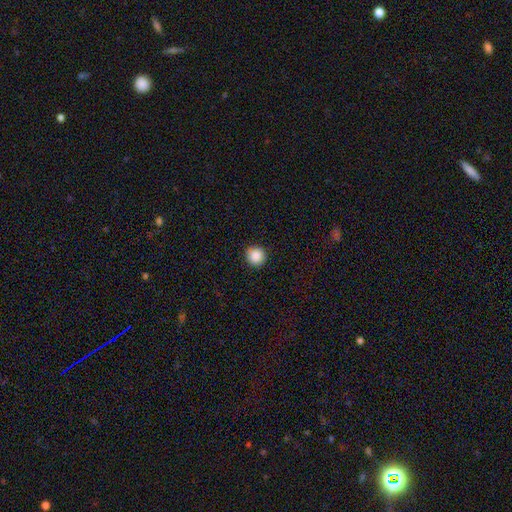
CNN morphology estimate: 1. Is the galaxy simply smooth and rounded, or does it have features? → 88% smooth, 9% star or artifact, 3% featured or disk.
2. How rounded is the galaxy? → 93% round, 6% in between, 1% cigar-shaped.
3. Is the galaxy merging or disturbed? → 91% none, 6% minor disturbance, 2% major disturbance, 1% merger.